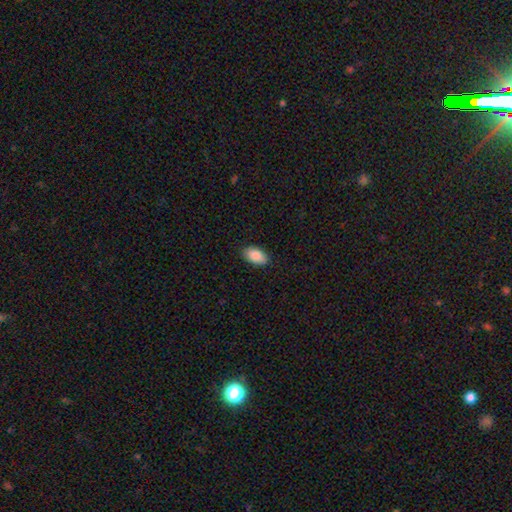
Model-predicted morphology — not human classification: smooth 88%, star or artifact 7%, featured or disk 6%. Down the decision tree: how rounded — in between (94%); merging — none (89%).